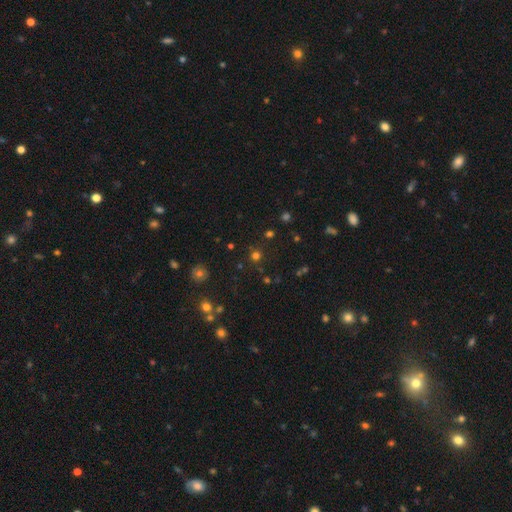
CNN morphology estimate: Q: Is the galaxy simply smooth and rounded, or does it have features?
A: smooth — 63%.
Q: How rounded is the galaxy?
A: round — 93%.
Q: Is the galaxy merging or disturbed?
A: none — 86%.